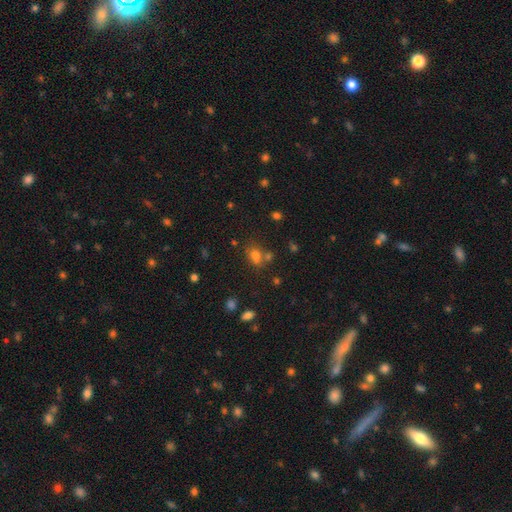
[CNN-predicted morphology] smooth_or_featured: smooth (p=0.72) [alt: star or artifact p=0.18]
how_rounded: in between (p=0.59) [alt: round p=0.40]
merging: none (p=0.53) [alt: merger p=0.27]